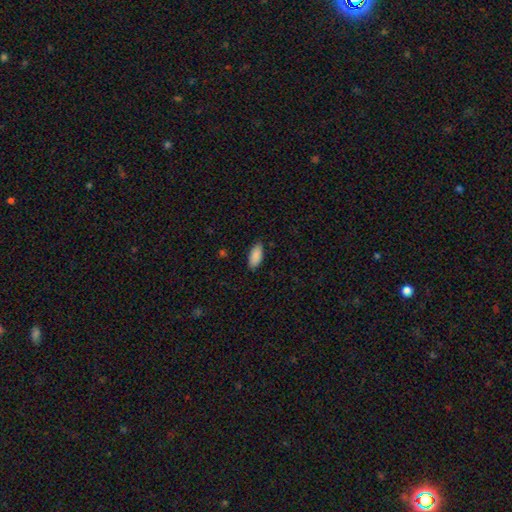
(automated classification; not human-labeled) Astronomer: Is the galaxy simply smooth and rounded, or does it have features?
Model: smooth — 89%.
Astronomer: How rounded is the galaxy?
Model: in between — 90%.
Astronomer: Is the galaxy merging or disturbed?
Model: none — 84%.